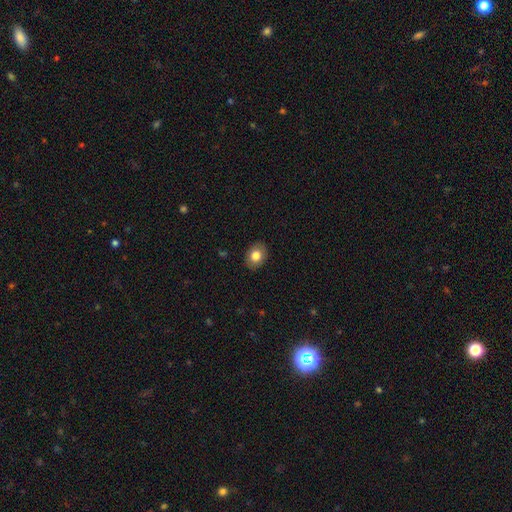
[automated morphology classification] Q: Smooth or featured?
A: smooth (80%); runner-up: featured or disk (12%)
Q: How rounded?
A: in between (62%); runner-up: round (37%)
Q: Merging?
A: none (87%); runner-up: minor disturbance (10%)